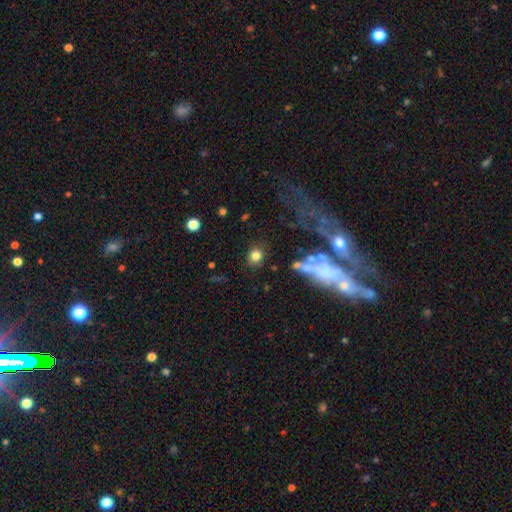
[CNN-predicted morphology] Q: Smooth or featured?
A: smooth (78%); runner-up: star or artifact (12%)
Q: How rounded?
A: round (79%); runner-up: in between (19%)
Q: Merging?
A: none (83%); runner-up: minor disturbance (9%)